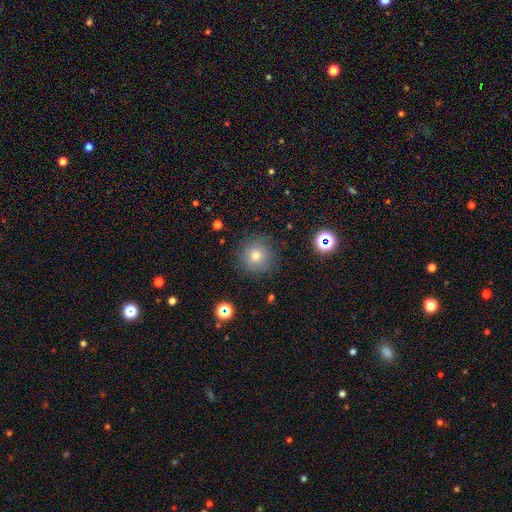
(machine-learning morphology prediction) This appears to be a smooth galaxy with no disk features (67%) that is round (95%). Merging: none (87%).